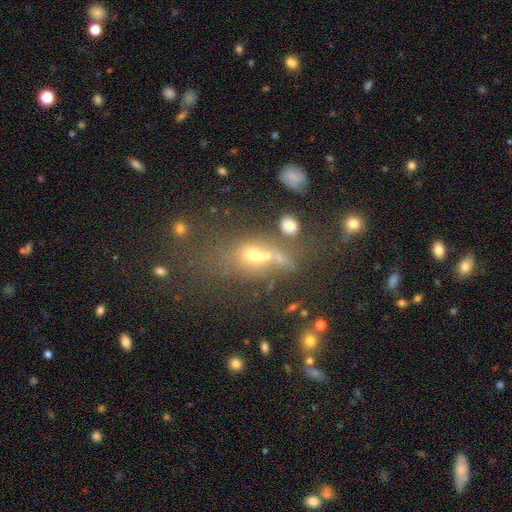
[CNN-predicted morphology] Smooth or featured?
  - smooth: 51% *
  - star or artifact: 26%
  - featured or disk: 23%
How rounded?
  - in between: 53% *
  - round: 38%
  - cigar-shaped: 9%
Merging?
  - merger: 39% *
  - none: 34%
  - major disturbance: 14%
  - minor disturbance: 13%